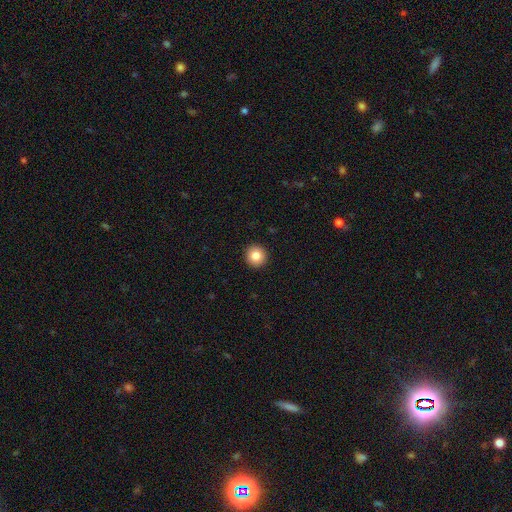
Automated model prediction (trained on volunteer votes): smooth 84%, star or artifact 9%, featured or disk 7%. Down the decision tree: how rounded — round (95%); merging — none (93%).